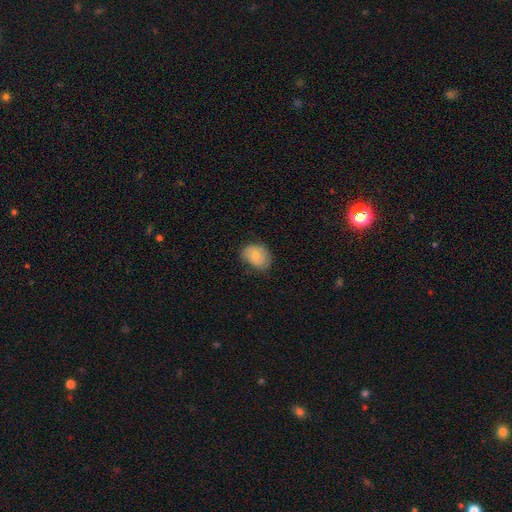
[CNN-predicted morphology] A smooth galaxy with no disk features (74%) that is in between round and cigar-shaped (64%). Merging: none (65%).